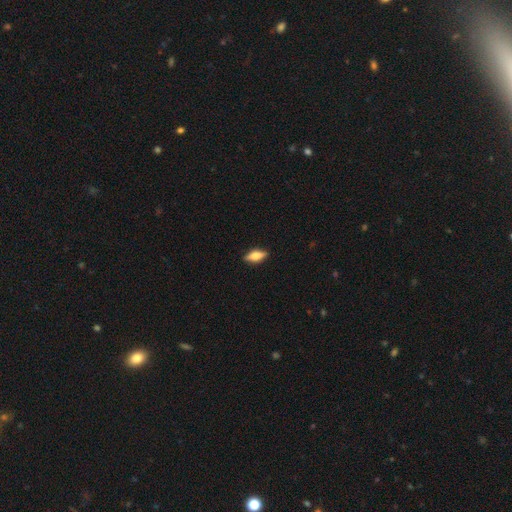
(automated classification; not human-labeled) smooth 59%, featured or disk 34%, star or artifact 7%. Down the decision tree: how rounded — in between (69%); merging — none (88%).